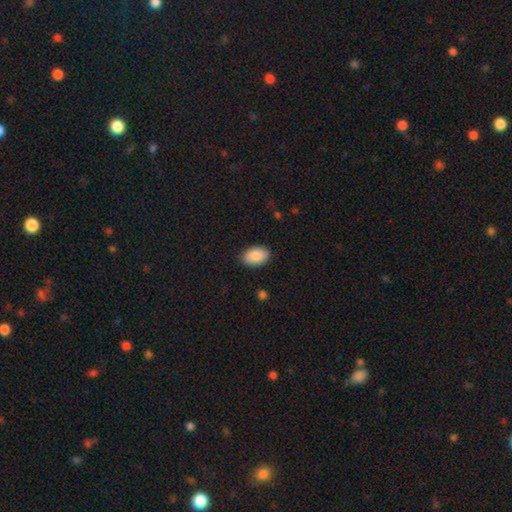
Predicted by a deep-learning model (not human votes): Morphology: type=smooth (89%); roundness=in between (92%); merging=none (88%).